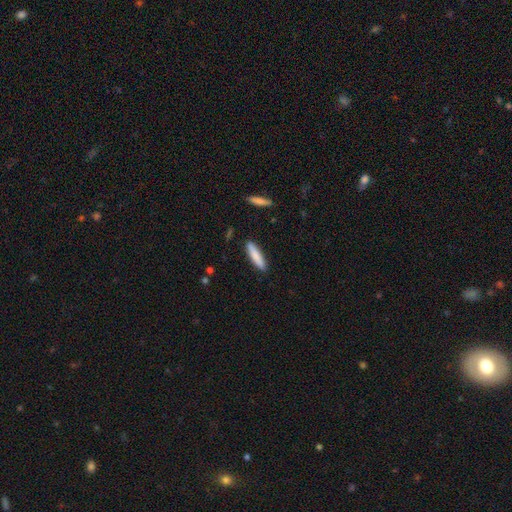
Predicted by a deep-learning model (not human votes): Q: Smooth or featured?
A: smooth (81%); runner-up: featured or disk (14%)
Q: How rounded?
A: cigar-shaped (84%); runner-up: in between (15%)
Q: Merging?
A: none (89%); runner-up: minor disturbance (8%)